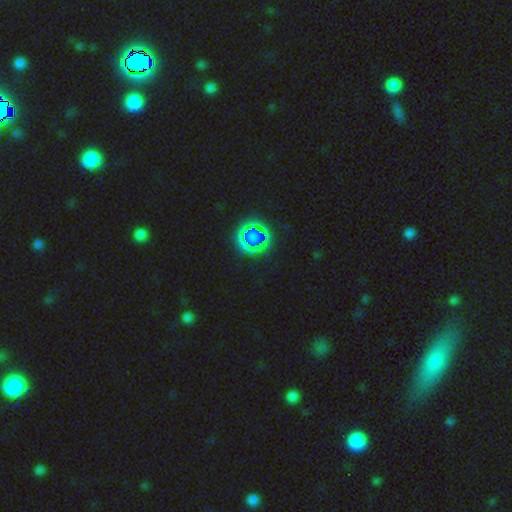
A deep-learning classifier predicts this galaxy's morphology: star or artifact 65%, smooth 25%, featured or disk 10%.